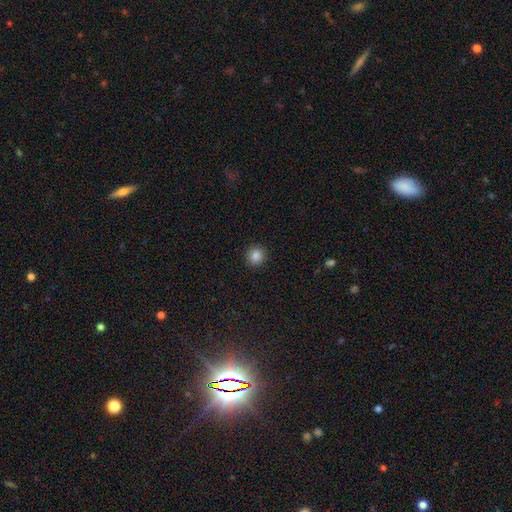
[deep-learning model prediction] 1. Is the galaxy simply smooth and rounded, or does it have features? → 85% smooth, 11% star or artifact, 4% featured or disk.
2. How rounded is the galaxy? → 93% round, 6% in between, 1% cigar-shaped.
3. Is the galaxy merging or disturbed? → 92% none, 5% minor disturbance, 2% major disturbance, 1% merger.